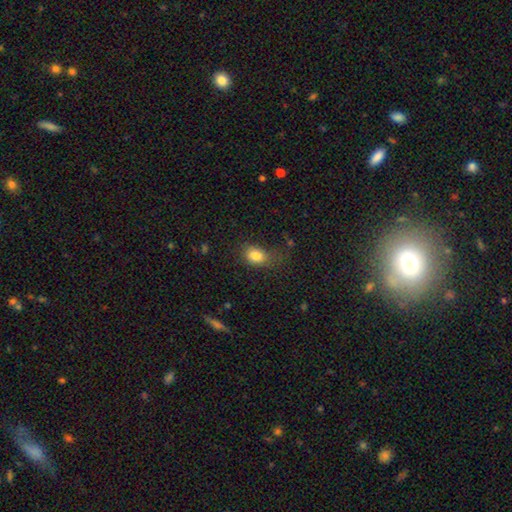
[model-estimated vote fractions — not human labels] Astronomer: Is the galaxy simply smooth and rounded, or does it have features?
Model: smooth — 83%.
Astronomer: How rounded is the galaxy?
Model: in between — 77%.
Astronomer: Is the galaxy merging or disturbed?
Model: none — 57%.